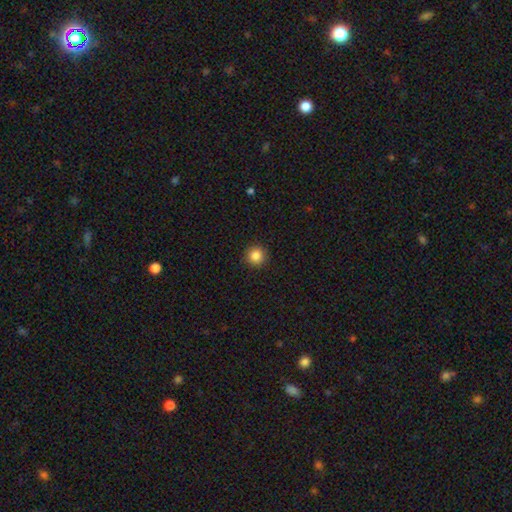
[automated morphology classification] The model was most divided on "smooth or featured": smooth: 85%, star or artifact: 10%, featured or disk: 4%. More confident: how rounded — round (95%); merging — none (92%).